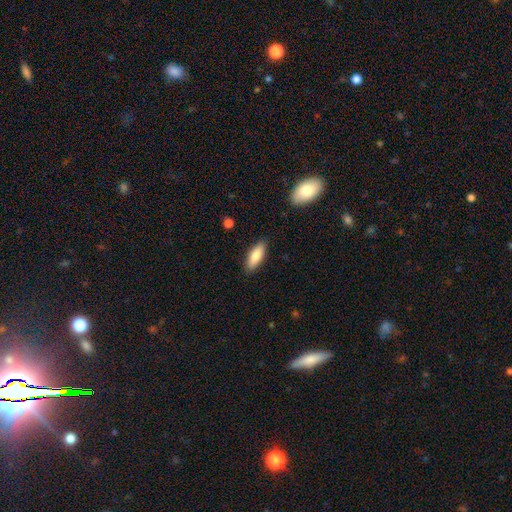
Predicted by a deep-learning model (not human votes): Smooth or featured? Predicted: smooth (p=0.82). How rounded? Predicted: in between (p=0.67). Merging? Predicted: none (p=0.87).